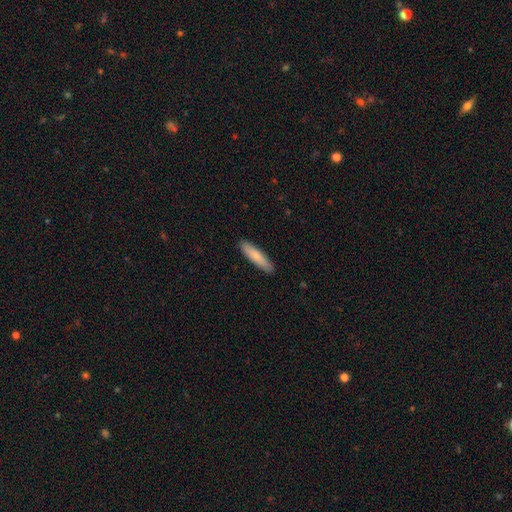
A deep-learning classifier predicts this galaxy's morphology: This appears to be a smooth galaxy with no disk features (83%) that is cigar-shaped (77%). Merging: none (90%).